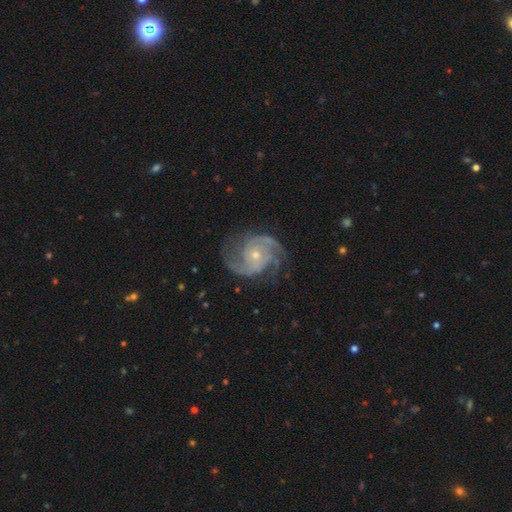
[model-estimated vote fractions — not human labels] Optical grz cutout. It shows a featured or disk galaxy (91%) with no bar (71%), 2 (48%) medium (50%) spiral arms (98%) and a small central bulge (59%). Merging: none (74%).